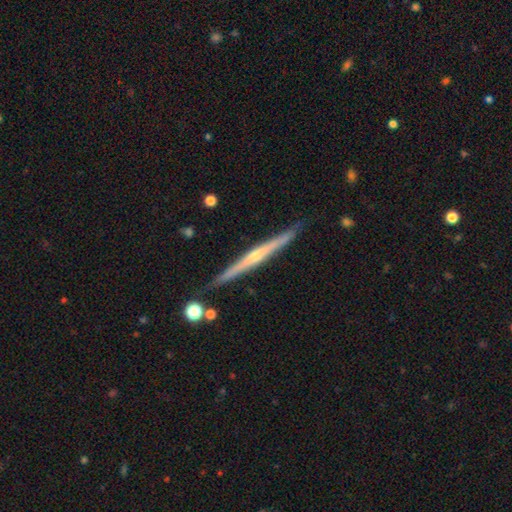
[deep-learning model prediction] A featured or disk galaxy (76%) viewed edge-on (98%) with a rounded central bulge (65%).

Vote fractions:
- Smooth or featured? featured or disk: 76% / smooth: 19% / star or artifact: 6%
- Edge-on disk? yes: 98% / no: 2%
- Edge-on bulge? rounded: 65% / none: 31% / boxy: 4%
- Merging? none: 87% / minor disturbance: 9% / merger: 2% / major disturbance: 2%